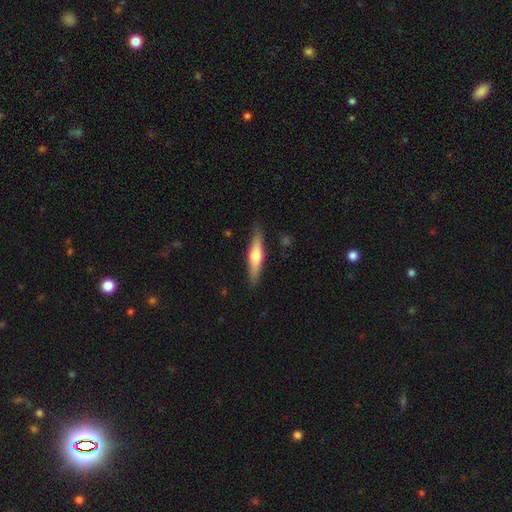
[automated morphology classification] type=featured or disk (48%); merging=none (87%).